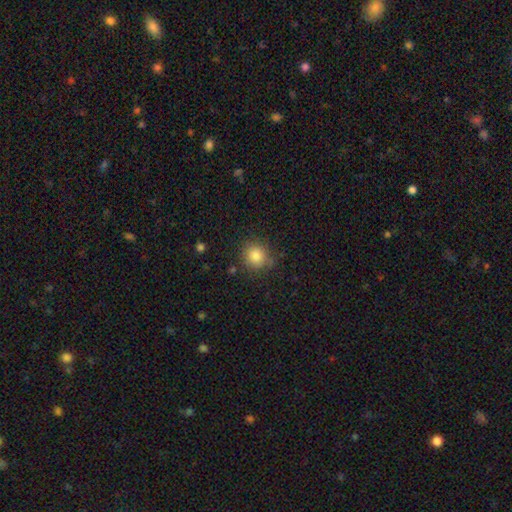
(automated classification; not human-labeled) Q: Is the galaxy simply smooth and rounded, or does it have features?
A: smooth — 84%.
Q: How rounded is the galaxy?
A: round — 88%.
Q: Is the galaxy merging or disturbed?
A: none — 79%.